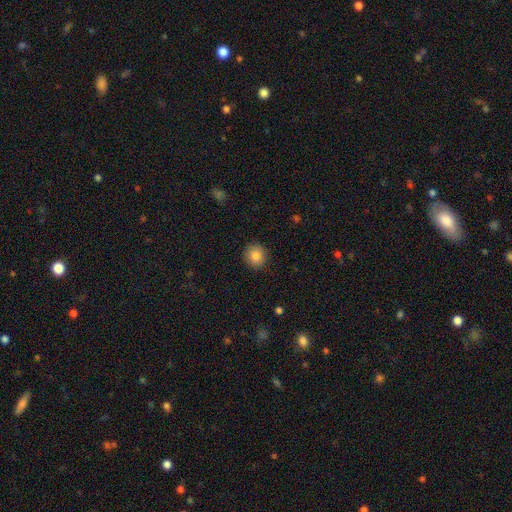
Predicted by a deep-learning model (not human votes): This appears to be a smooth galaxy with no disk features (86%) that is round (86%). Merging: none (90%).